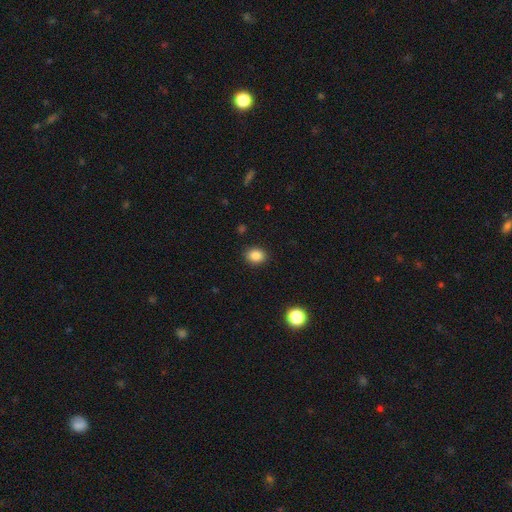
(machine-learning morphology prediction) This appears to be a smooth galaxy with no disk features (85%) that is round (56%). Merging: none (90%).